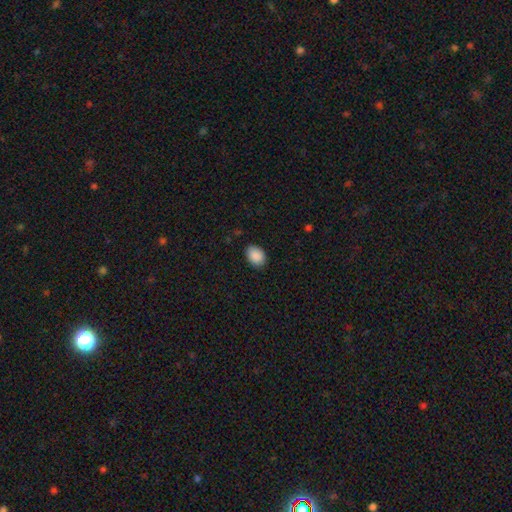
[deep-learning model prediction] smooth-or-featured: smooth: 90% | star or artifact: 7% | featured or disk: 3%
  how-rounded: in between: 72% | round: 27% | cigar-shaped: 1%
  merging: none: 85% | minor disturbance: 11% | major disturbance: 2% | merger: 1%